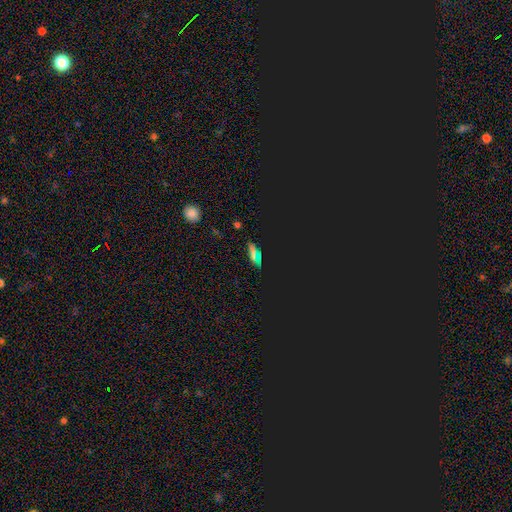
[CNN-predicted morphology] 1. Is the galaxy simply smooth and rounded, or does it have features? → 53% star or artifact, 35% smooth, 13% featured or disk.